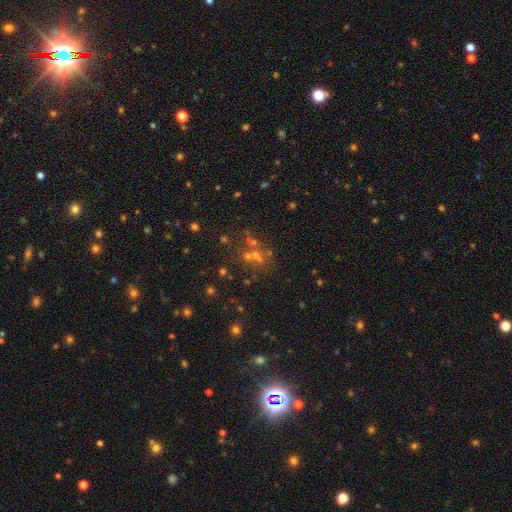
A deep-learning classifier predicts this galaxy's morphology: smooth_or_featured: star or artifact (p=0.47) [alt: smooth p=0.33]